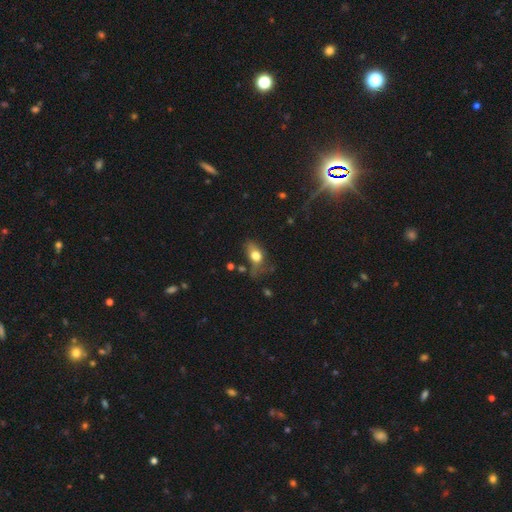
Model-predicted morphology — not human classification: This is likely a smooth galaxy (70%). How rounded: likely in between (76%). Merging: marginally none (36%).